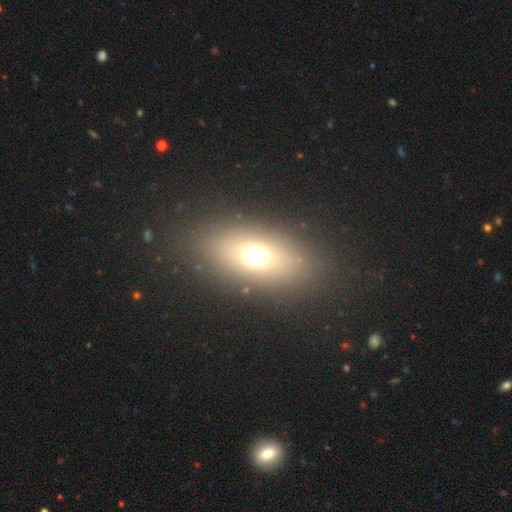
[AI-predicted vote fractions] This appears to be a smooth galaxy with no disk features (68%) that is in between round and cigar-shaped (79%). Merging: none (86%).